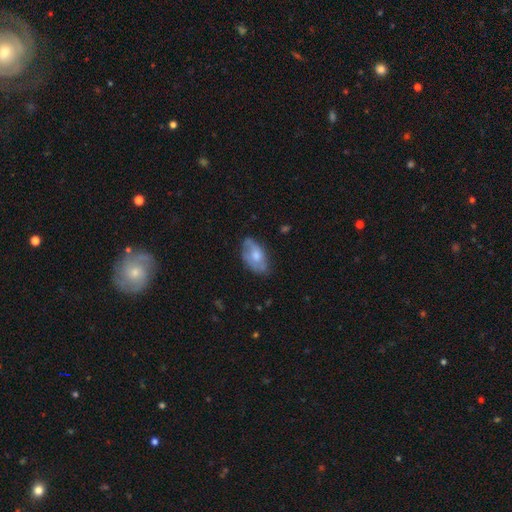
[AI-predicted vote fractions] The model was most divided on "smooth or featured": smooth: 53%, featured or disk: 40%, star or artifact: 7%. More confident: how rounded — in between (91%); merging — none (58%).